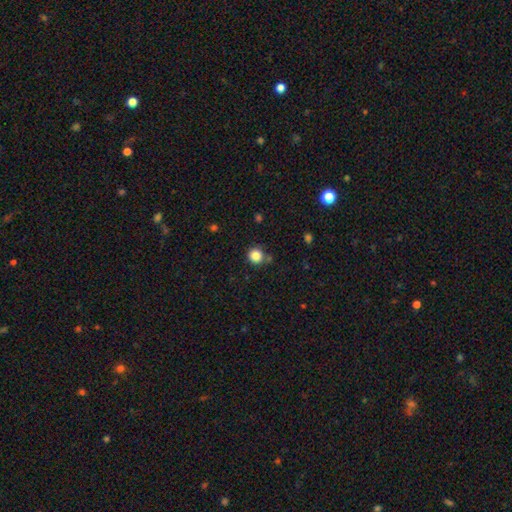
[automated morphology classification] The model was most divided on "merging": none: 80%, minor disturbance: 10%, merger: 7%, major disturbance: 3%. More confident: how rounded — round (93%); smooth or featured — smooth (85%).